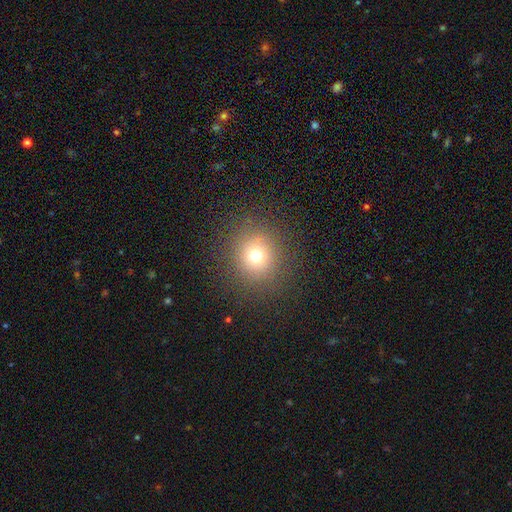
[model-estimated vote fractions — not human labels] Morphology: type=smooth (70%); roundness=round (90%); merging=none (86%).